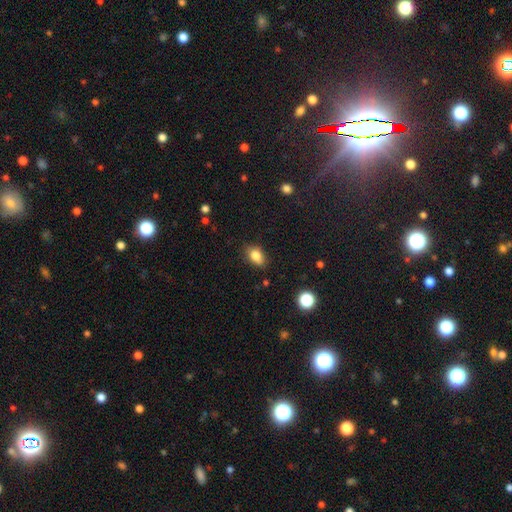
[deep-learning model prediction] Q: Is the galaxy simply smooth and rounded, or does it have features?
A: smooth — 83%.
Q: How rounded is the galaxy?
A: in between — 82%.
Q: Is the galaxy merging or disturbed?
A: none — 76%.